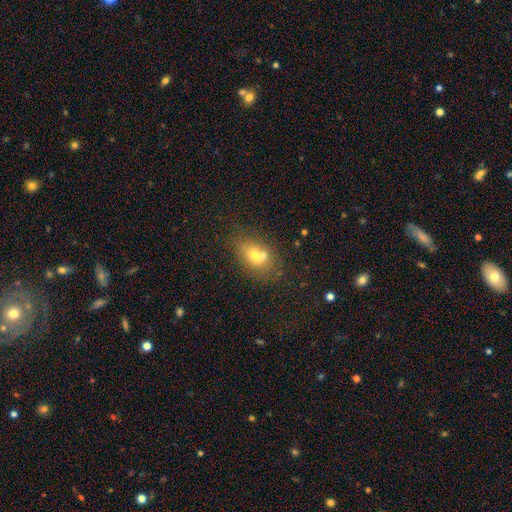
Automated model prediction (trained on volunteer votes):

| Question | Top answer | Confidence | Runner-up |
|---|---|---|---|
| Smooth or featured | smooth | 62% | featured or disk (24%) |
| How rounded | in between | 64% | round (33%) |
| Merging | merger | 43% | none (40%) |